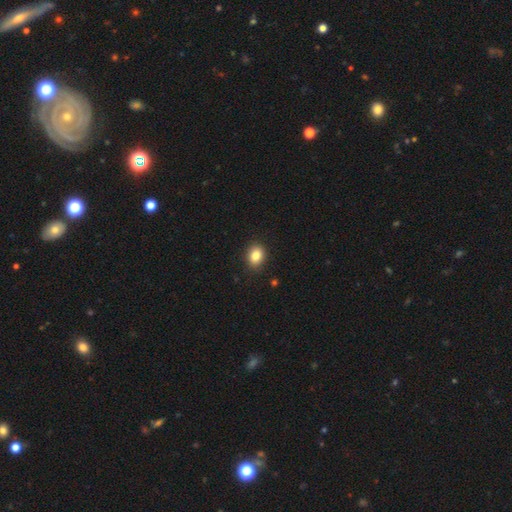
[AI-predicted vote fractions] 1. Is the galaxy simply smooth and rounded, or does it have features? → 84% smooth, 10% star or artifact, 6% featured or disk.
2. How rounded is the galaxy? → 53% in between, 46% round, 1% cigar-shaped.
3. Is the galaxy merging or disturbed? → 89% none, 8% minor disturbance, 2% major disturbance, 1% merger.